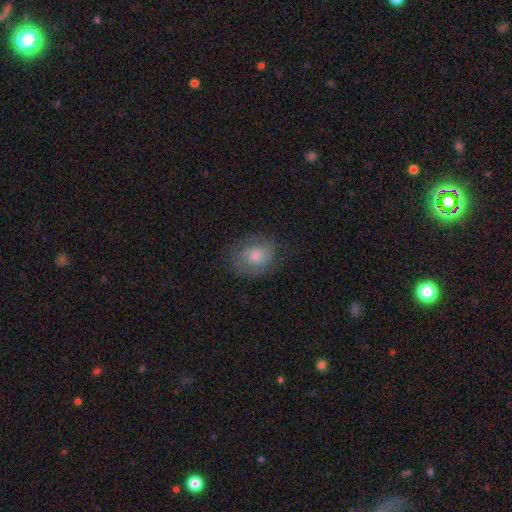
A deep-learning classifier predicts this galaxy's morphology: A featured or disk galaxy (59%) with no bar (65%), 2 (74%) medium (43%, tied with tight) spiral arms (88%) and a moderate central bulge (50%).

Vote fractions:
- Smooth or featured? featured or disk: 59% / smooth: 32% / star or artifact: 9%
- Edge-on disk? no: 97% / yes: 3%
- Bar? no: 65% / weak: 30% / strong: 5%
- Spiral arms? yes: 88% / no: 12%
- Spiral winding? medium: 43% (tied) / tight: 43% (tied) / loose: 14%
- Spiral arm count? 2: 74% / can't tell: 15% / 1: 4% / 3: 4% / 4: 2% / more than 4: 2%
- Bulge size? moderate: 50% / small: 34% / large: 9% / none: 6% / dominant: 2%
- Merging? none: 76% / minor disturbance: 16% / major disturbance: 7% / merger: 1%